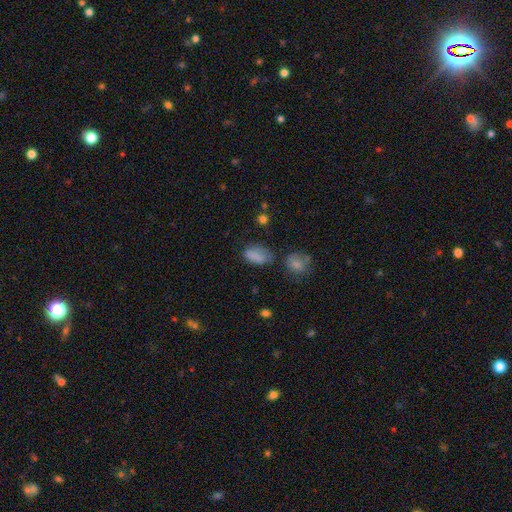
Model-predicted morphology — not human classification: smooth_or_featured: smooth (p=0.82) [alt: star or artifact p=0.12]
how_rounded: in between (p=0.89) [alt: round p=0.07]
merging: none (p=0.59) [alt: minor disturbance p=0.25]